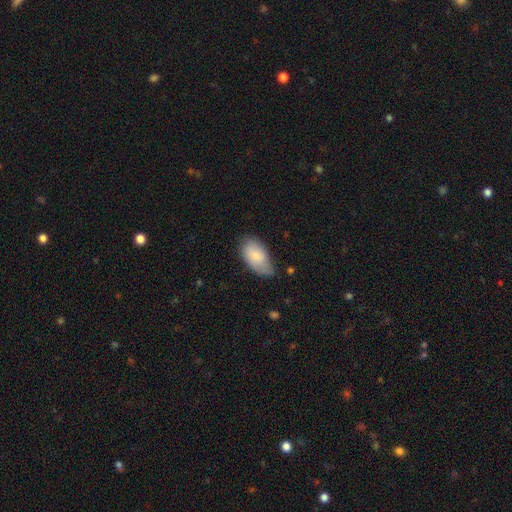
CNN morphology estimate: smooth_or_featured: smooth (p=0.76) [alt: featured or disk p=0.18]
how_rounded: in between (p=0.94) [alt: round p=0.04]
merging: none (p=0.54) [alt: minor disturbance p=0.35]